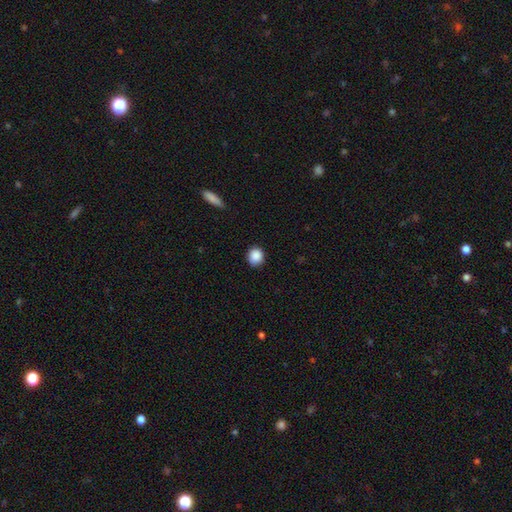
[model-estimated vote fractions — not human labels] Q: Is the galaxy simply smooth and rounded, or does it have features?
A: smooth — 89%.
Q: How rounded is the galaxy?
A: round — 86%.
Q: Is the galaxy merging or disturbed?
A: none — 86%.